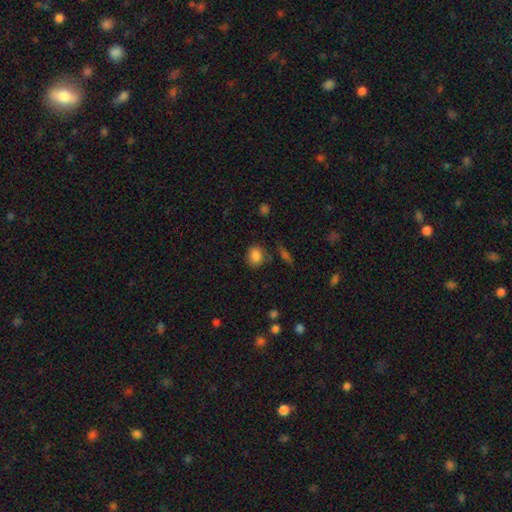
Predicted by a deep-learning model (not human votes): Smooth or featured? Predicted: smooth (p=0.84). How rounded? Predicted: in between (p=0.49, tied with round). Merging? Predicted: none (p=0.78).